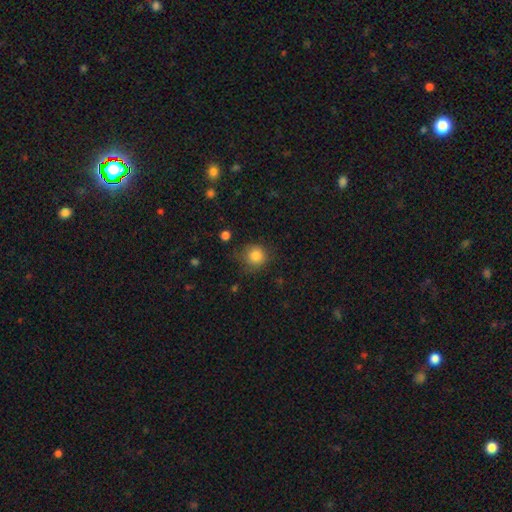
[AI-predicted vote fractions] Morphology: type=smooth (84%); roundness=round (90%); merging=none (73%).